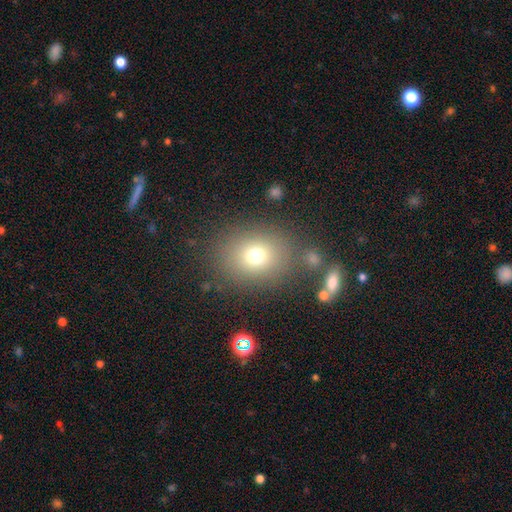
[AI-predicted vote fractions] The model was most divided on "how rounded": round: 65%, in between: 34%, cigar-shaped: 1%. More confident: merging — none (79%); smooth or featured — smooth (73%).